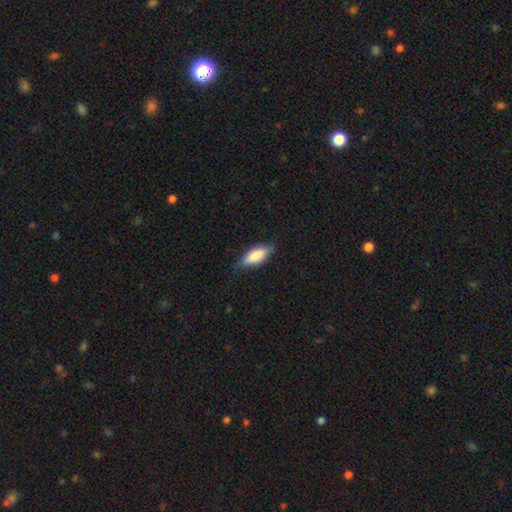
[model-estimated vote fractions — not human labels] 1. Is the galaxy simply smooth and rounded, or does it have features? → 77% smooth, 16% featured or disk, 6% star or artifact.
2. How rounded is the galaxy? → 74% in between, 24% cigar-shaped, 2% round.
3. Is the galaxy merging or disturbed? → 73% none, 22% minor disturbance, 5% major disturbance, 1% merger.